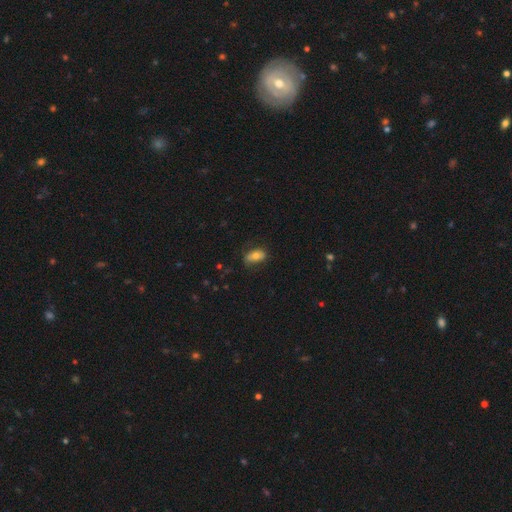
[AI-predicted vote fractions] A smooth galaxy with no disk features (69%) that is in between round and cigar-shaped (89%). Merging: none (67%).